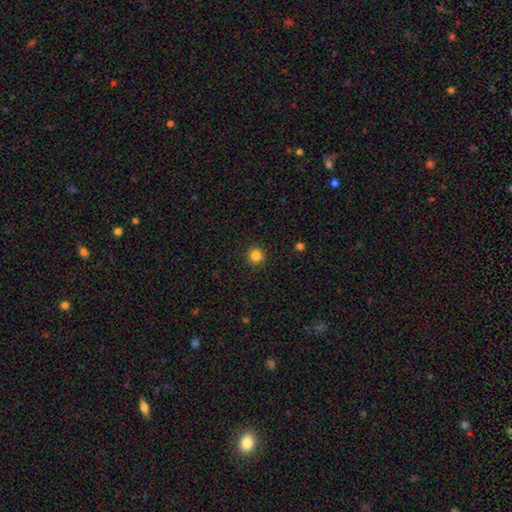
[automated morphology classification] A smooth galaxy with no disk features (85%) that is round (94%). Merging: none (90%).